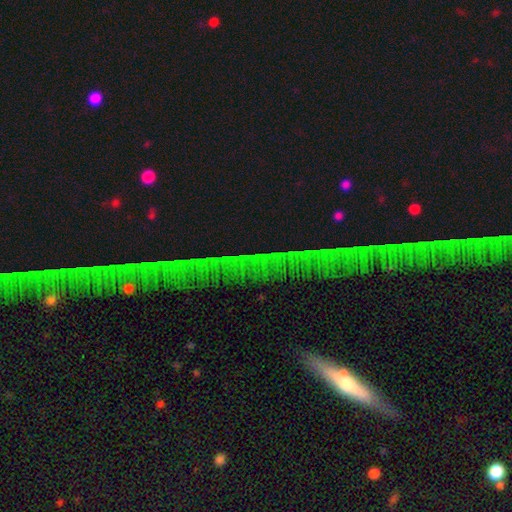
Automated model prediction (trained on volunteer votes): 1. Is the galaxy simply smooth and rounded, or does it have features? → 63% star or artifact, 23% featured or disk, 13% smooth.